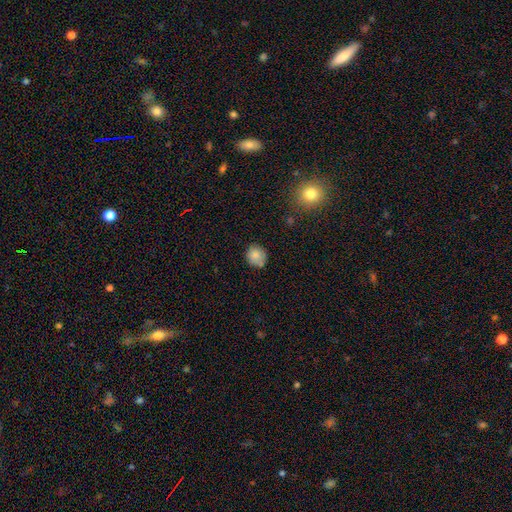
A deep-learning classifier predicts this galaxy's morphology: smooth_or_featured: smooth (p=0.83) [alt: star or artifact p=0.09]
how_rounded: round (p=0.79) [alt: in between p=0.20]
merging: none (p=0.72) [alt: minor disturbance p=0.20]